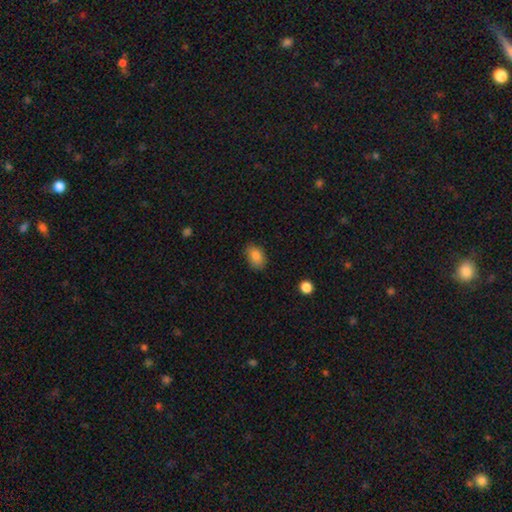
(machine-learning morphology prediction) Smooth or featured: smooth — 86% (star or artifact — 9%)
How rounded: in between — 83% (round — 15%)
Merging: none — 80% (minor disturbance — 16%)